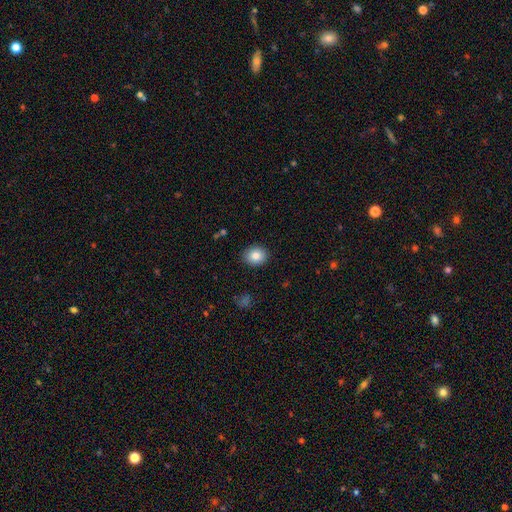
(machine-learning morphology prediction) A smooth galaxy with no disk features (83%) that is round (60%). Merging: none (89%).